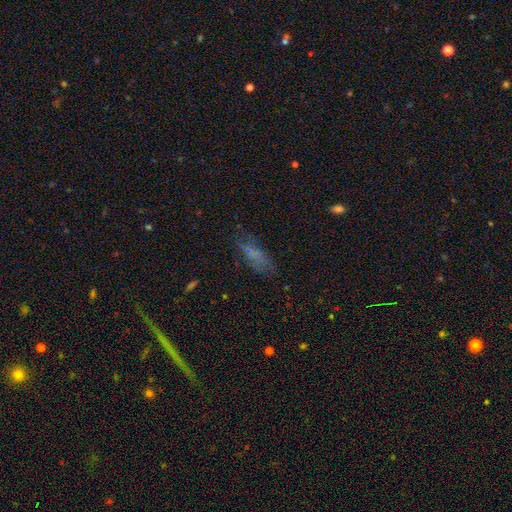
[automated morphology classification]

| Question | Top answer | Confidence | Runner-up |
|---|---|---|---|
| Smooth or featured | smooth | 60% | featured or disk (25%) |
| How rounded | in between | 57% | cigar-shaped (40%) |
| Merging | none | 60% | minor disturbance (24%) |